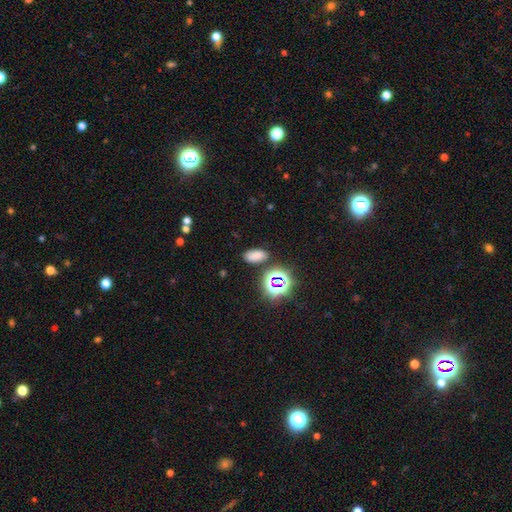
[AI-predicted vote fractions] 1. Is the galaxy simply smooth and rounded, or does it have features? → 71% smooth, 23% star or artifact, 6% featured or disk.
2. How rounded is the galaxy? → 89% in between, 6% round, 5% cigar-shaped.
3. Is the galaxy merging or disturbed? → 83% none, 10% minor disturbance, 4% merger, 3% major disturbance.